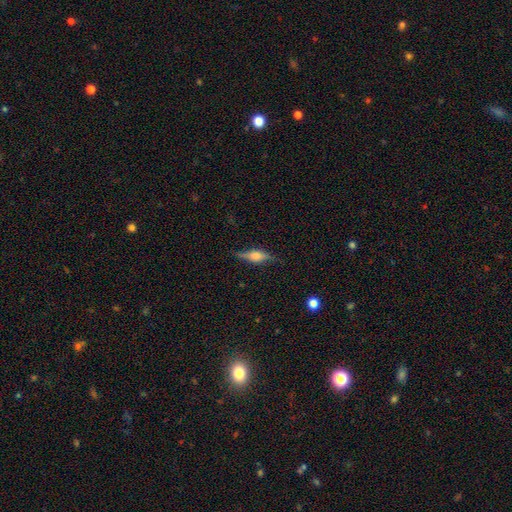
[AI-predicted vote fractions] This appears to be a featured or disk galaxy (66%) viewed edge-on (94%) with a rounded central bulge (78%). Merging: none (80%).